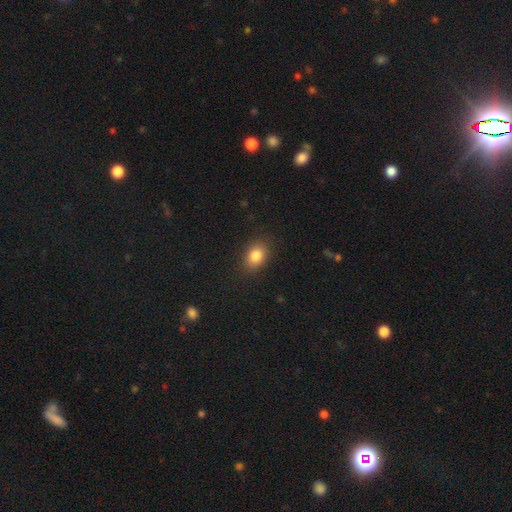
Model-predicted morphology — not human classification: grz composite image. It shows a smooth galaxy with no disk features (84%) that is in between round and cigar-shaped (71%). Merging: none (86%).